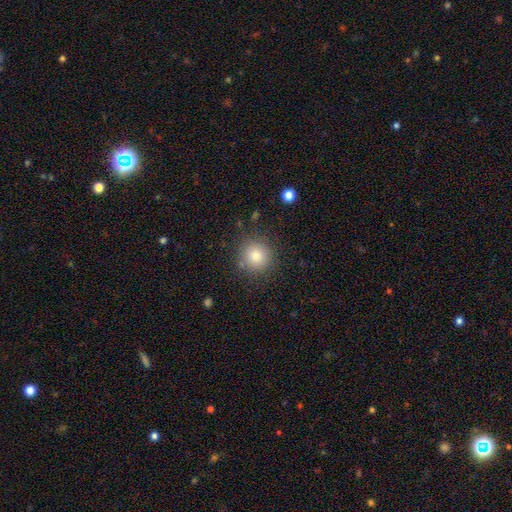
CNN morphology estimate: A smooth galaxy with no disk features (80%) that is round (93%).

Vote fractions:
- Smooth or featured? smooth: 80% / star or artifact: 12% / featured or disk: 8%
- How rounded? round: 93% / in between: 6% / cigar-shaped: 1%
- Merging? none: 87% / minor disturbance: 8% / major disturbance: 3% / merger: 2%